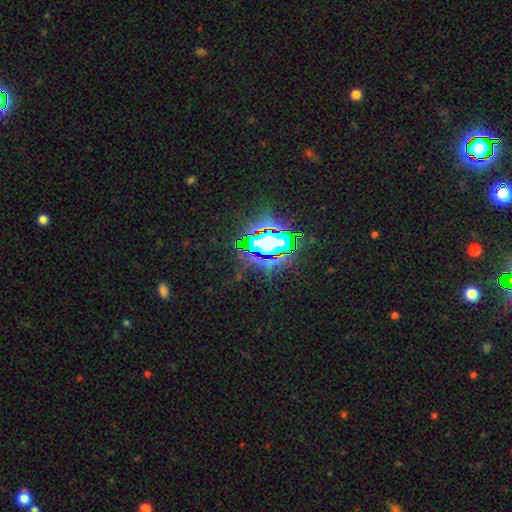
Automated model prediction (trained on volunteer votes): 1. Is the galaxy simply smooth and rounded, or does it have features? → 73% star or artifact, 15% smooth, 12% featured or disk.